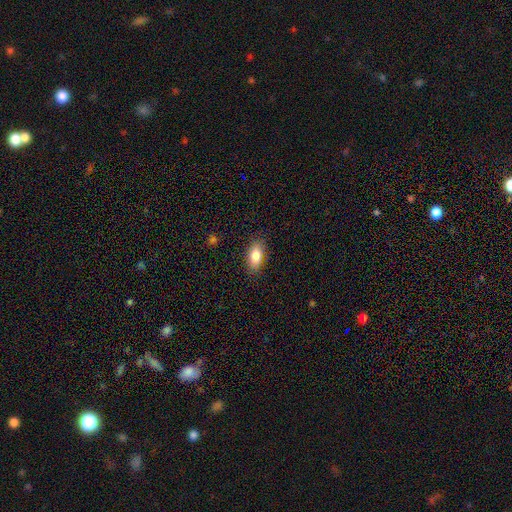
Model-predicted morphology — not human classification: smooth-or-featured: smooth: 83% | featured or disk: 10% | star or artifact: 7%
  how-rounded: in between: 91% | cigar-shaped: 5% | round: 4%
  merging: none: 85% | minor disturbance: 12% | major disturbance: 3% | merger: 1%